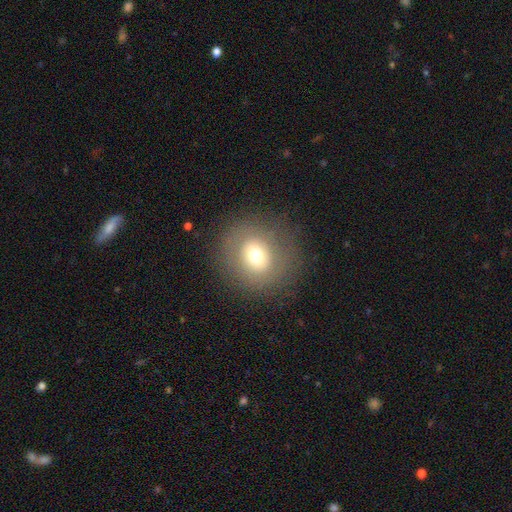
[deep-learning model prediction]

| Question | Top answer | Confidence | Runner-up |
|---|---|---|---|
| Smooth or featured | smooth | 66% | featured or disk (21%) |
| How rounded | round | 85% | in between (14%) |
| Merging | none | 83% | minor disturbance (9%) |